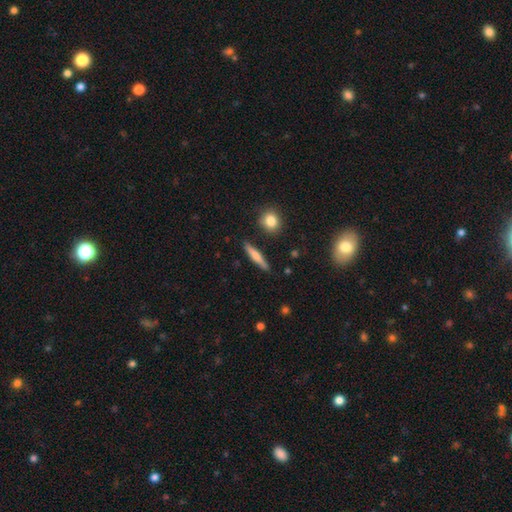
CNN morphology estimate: A smooth galaxy with no disk features (60%) that is cigar-shaped (87%). Merging: none (86%).